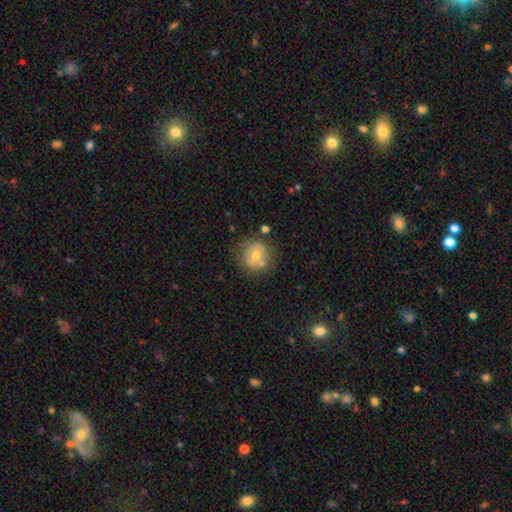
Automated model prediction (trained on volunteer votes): Overall: smooth (53%; featured or disk 39%). How rounded: round (87%). Merging: none (66%).